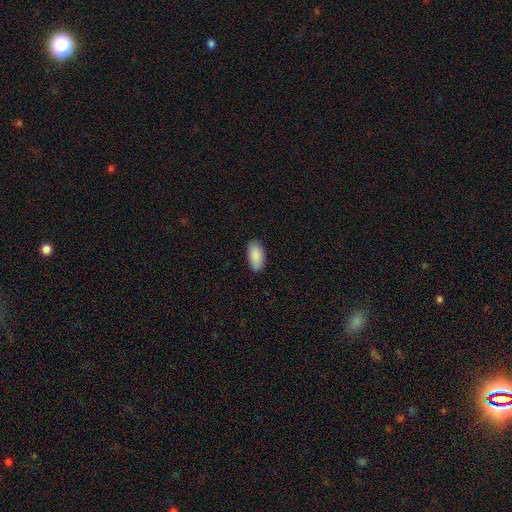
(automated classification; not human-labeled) smooth_or_featured: smooth (p=0.90) [alt: star or artifact p=0.06]
how_rounded: in between (p=0.94) [alt: cigar-shaped p=0.04]
merging: none (p=0.87) [alt: minor disturbance p=0.10]